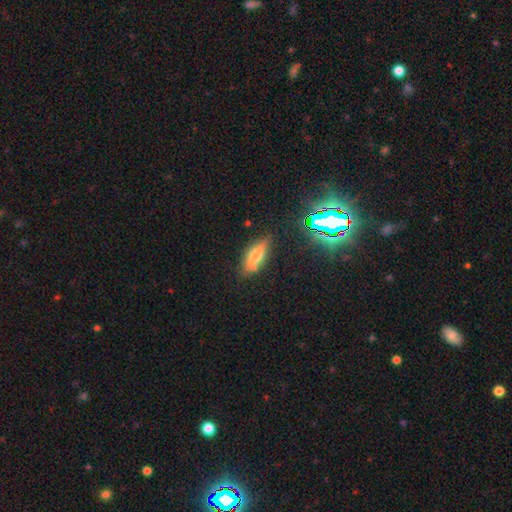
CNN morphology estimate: Smooth or featured? smooth (59%)
How rounded? in between (70%)
Merging? none (70%)